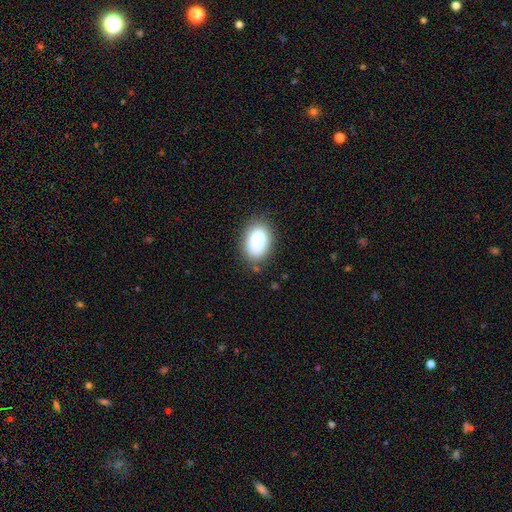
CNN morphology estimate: Q: Smooth or featured?
A: smooth (77%); runner-up: featured or disk (14%)
Q: How rounded?
A: in between (77%); runner-up: round (21%)
Q: Merging?
A: none (81%); runner-up: minor disturbance (15%)